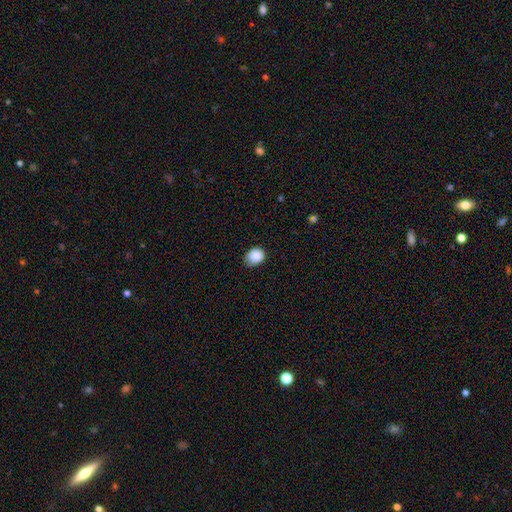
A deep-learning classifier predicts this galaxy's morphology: type=smooth (88%); roundness=round (57%); merging=none (65%).